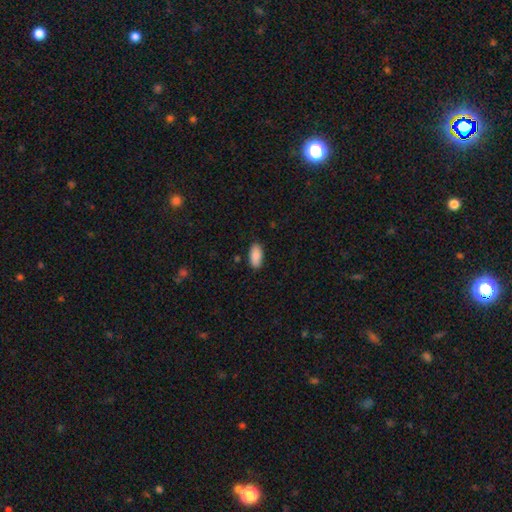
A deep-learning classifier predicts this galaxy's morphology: The model was most divided on "merging": none: 88%, minor disturbance: 9%, major disturbance: 2%, merger: 1%. More confident: how rounded — in between (93%); smooth or featured — smooth (89%).